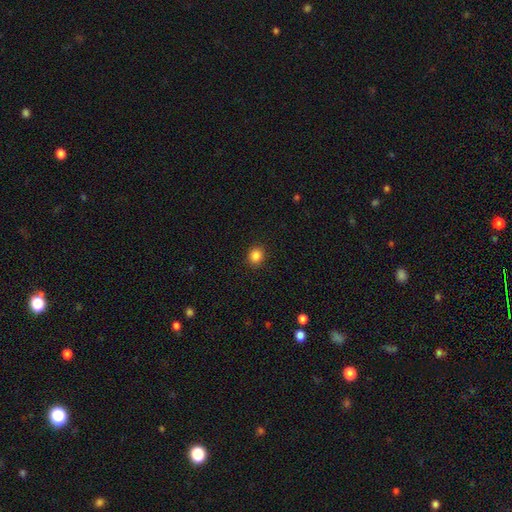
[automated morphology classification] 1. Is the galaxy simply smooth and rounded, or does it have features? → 86% smooth, 11% star or artifact, 4% featured or disk.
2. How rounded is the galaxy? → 76% round, 24% in between, 1% cigar-shaped.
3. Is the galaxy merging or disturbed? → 91% none, 6% minor disturbance, 2% major disturbance, 1% merger.